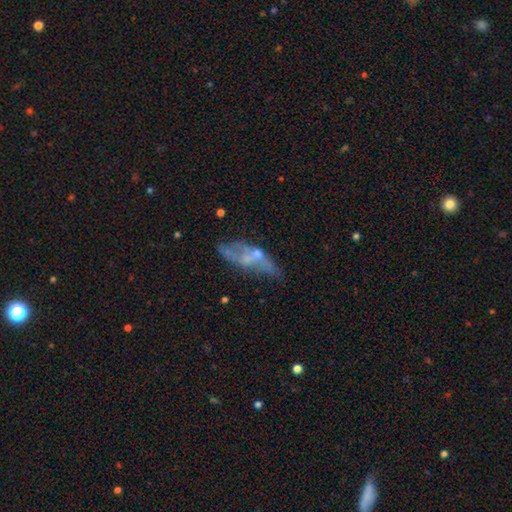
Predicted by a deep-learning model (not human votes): Smooth or featured? featured or disk (58%)
Edge-on disk? no (85%)
Merging? none (41%)